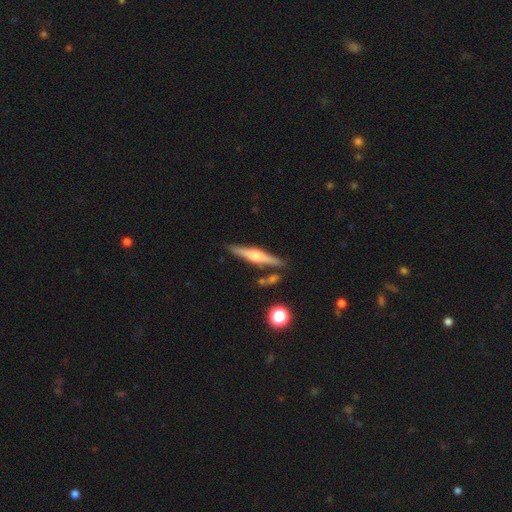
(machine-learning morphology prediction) Q: Smooth or featured?
A: featured or disk (66%); runner-up: smooth (27%)
Q: Edge-on disk?
A: yes (96%); runner-up: no (4%)
Q: Edge-on bulge?
A: rounded (88%); runner-up: boxy (8%)
Q: Merging?
A: none (83%); runner-up: minor disturbance (10%)